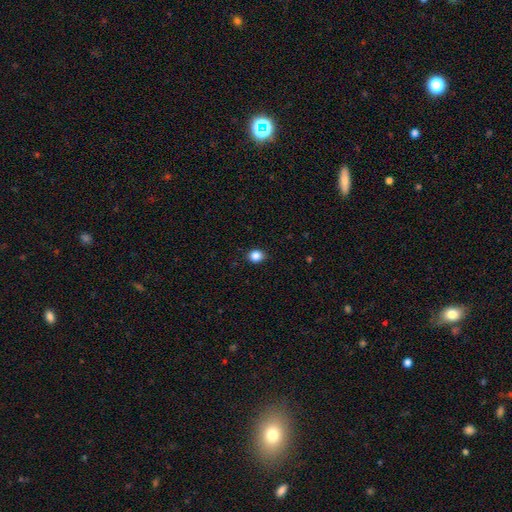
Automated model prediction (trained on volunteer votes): The model was most divided on "how rounded": round: 72%, in between: 27%, cigar-shaped: 1%. More confident: merging — none (90%); smooth or featured — smooth (86%).